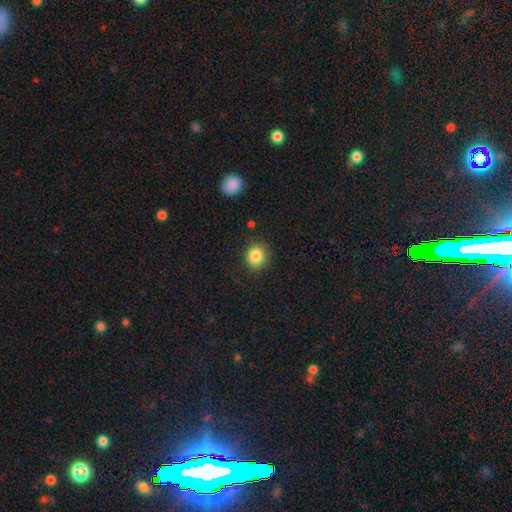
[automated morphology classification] smooth_or_featured: smooth (p=0.85) [alt: star or artifact p=0.10]
how_rounded: round (p=0.80) [alt: in between p=0.19]
merging: none (p=0.85) [alt: minor disturbance p=0.11]